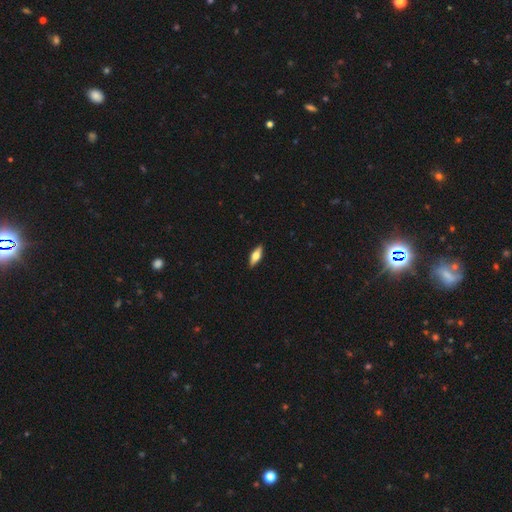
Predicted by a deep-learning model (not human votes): Smooth or featured?
  - smooth: 55% *
  - featured or disk: 39%
  - star or artifact: 6%
How rounded?
  - in between: 61% *
  - cigar-shaped: 36%
  - round: 3%
Merging?
  - none: 90% *
  - minor disturbance: 7%
  - major disturbance: 1%
  - merger: 1%